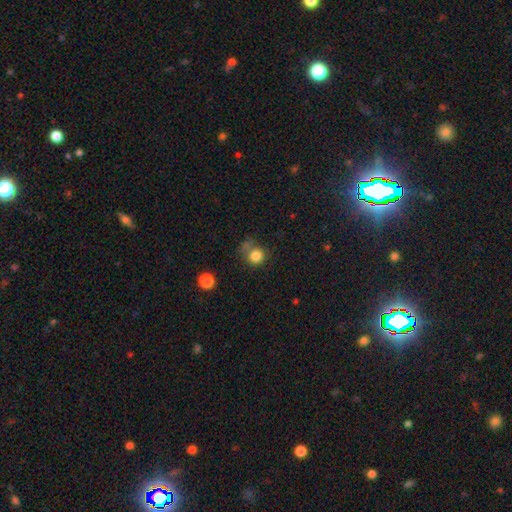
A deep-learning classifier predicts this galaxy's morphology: Smooth or featured? Predicted: smooth (p=0.82). How rounded? Predicted: round (p=0.87). Merging? Predicted: none (p=0.56).